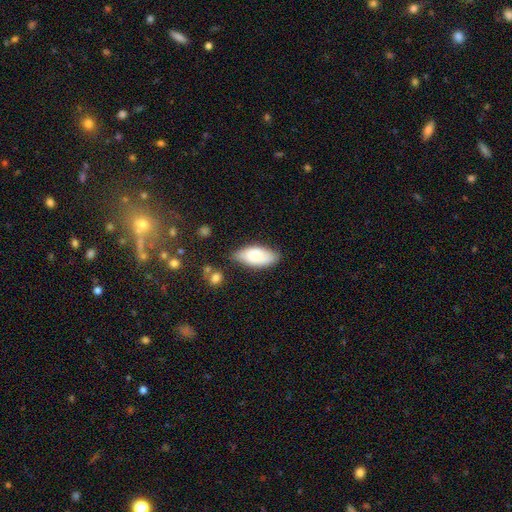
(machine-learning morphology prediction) smooth-or-featured: smooth: 78% | featured or disk: 15% | star or artifact: 7%
  how-rounded: in between: 89% | cigar-shaped: 8% | round: 2%
  merging: none: 68% | minor disturbance: 24% | major disturbance: 5% | merger: 3%